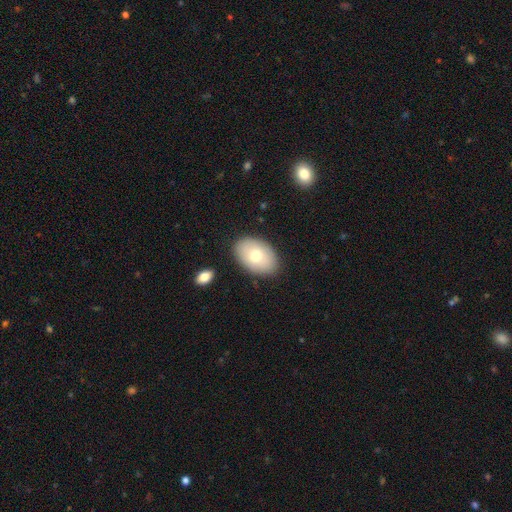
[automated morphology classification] Q: Smooth or featured?
A: smooth (73%); runner-up: featured or disk (20%)
Q: How rounded?
A: in between (88%); runner-up: round (11%)
Q: Merging?
A: none (85%); runner-up: minor disturbance (10%)